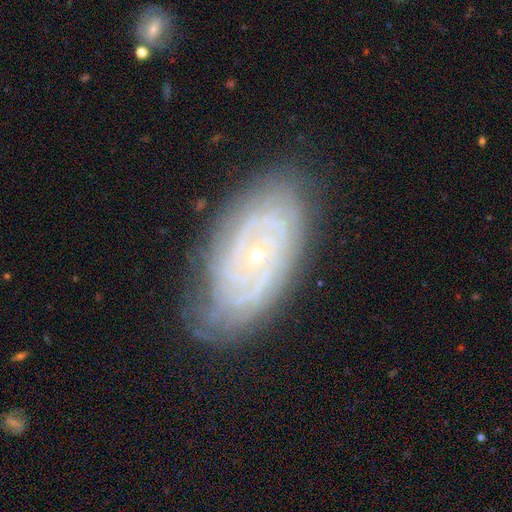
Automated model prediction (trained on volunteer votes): Overall: featured or disk (86%). Edge-on disk: no (95%). Bar: no (75%). Spiral arms: yes (94%). Spiral arm count: can't tell (34%; 2 30%). Spiral winding: tight (79%). Bulge size: small (76%). Merging: none (78%).